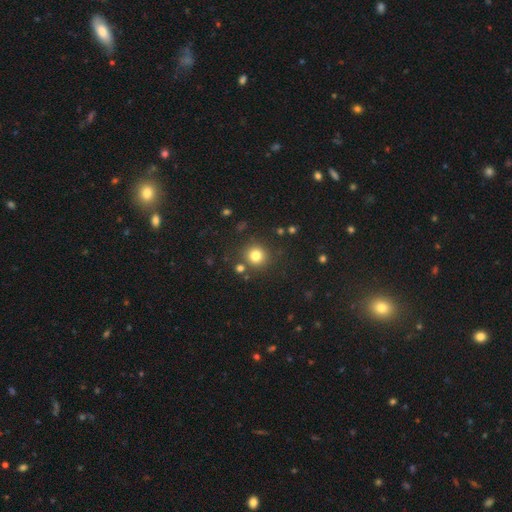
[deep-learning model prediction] Smooth or featured: smooth — 79% (star or artifact — 14%)
How rounded: round — 92% (in between — 7%)
Merging: none — 83% (minor disturbance — 8%)